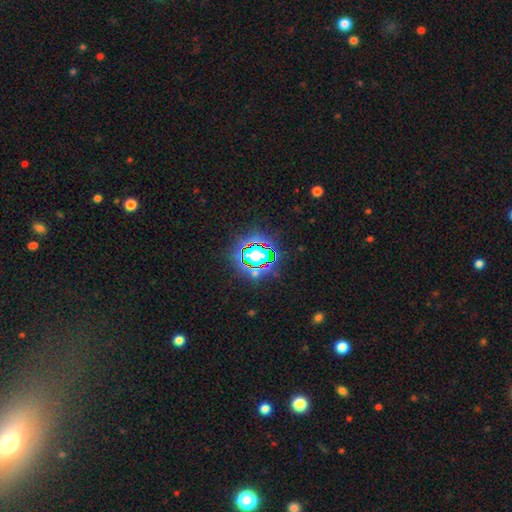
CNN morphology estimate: This is clearly a star or artifact rather than a galaxy (80%).